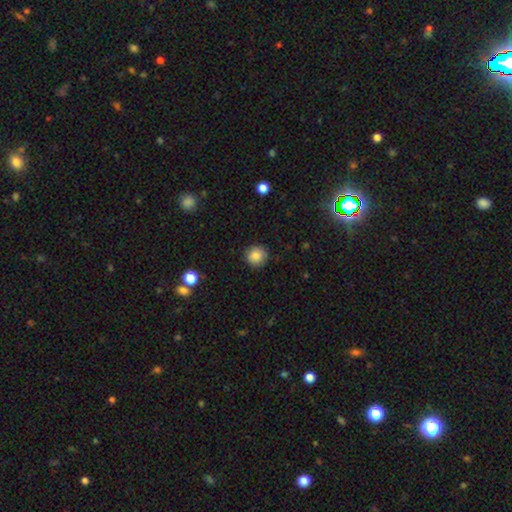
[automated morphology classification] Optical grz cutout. It shows a smooth galaxy with no disk features (85%) that is round (93%). Merging: none (89%).